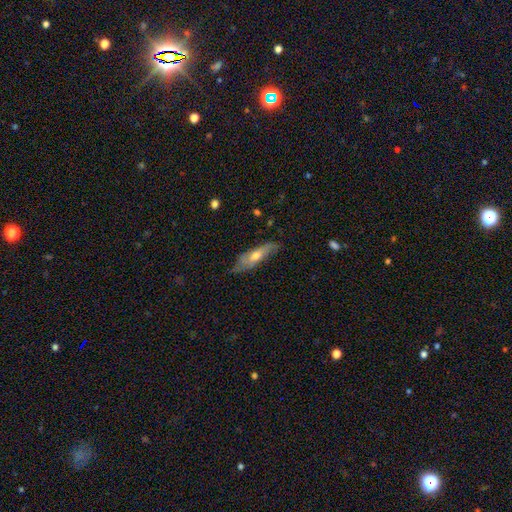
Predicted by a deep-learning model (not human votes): Smooth or featured? Predicted: featured or disk (p=0.48). Merging? Predicted: none (p=0.63).